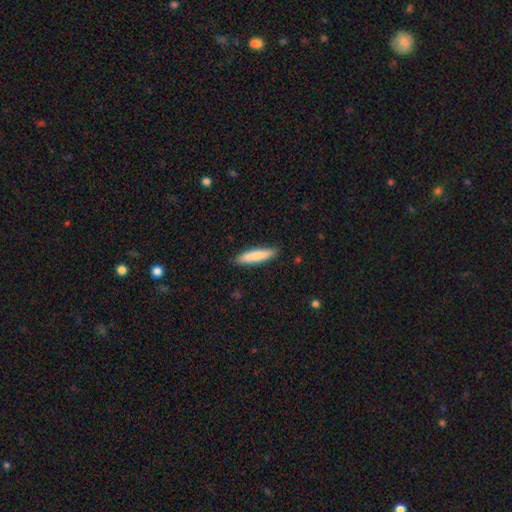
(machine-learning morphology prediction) The model was most divided on "how rounded": cigar-shaped: 84%, in between: 15%, round: 1%. More confident: merging — none (89%); smooth or featured — smooth (82%).